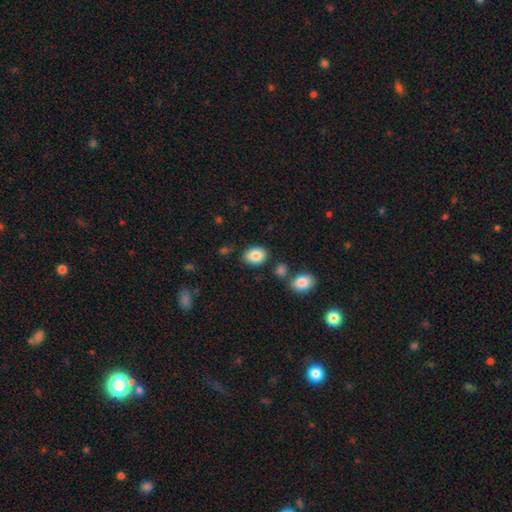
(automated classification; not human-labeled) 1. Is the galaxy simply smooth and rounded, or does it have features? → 85% smooth, 8% star or artifact, 7% featured or disk.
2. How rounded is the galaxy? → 72% in between, 27% round, 1% cigar-shaped.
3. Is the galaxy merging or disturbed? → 79% none, 13% minor disturbance, 5% merger, 3% major disturbance.